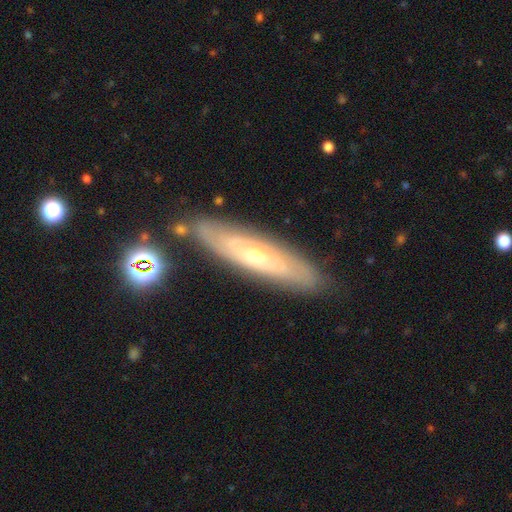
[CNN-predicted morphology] Overall: featured or disk (65%; smooth 27%). Edge-on disk: no (59%; yes 41%). Merging: none (82%).